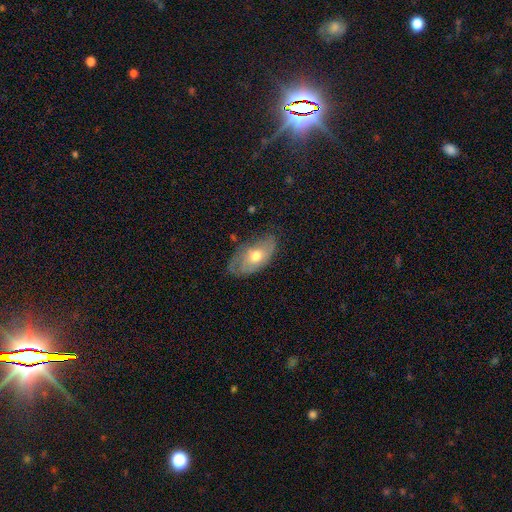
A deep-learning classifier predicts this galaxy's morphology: Smooth or featured? Predicted: smooth (p=0.51). How rounded? Predicted: in between (p=0.90). Merging? Predicted: none (p=0.55).